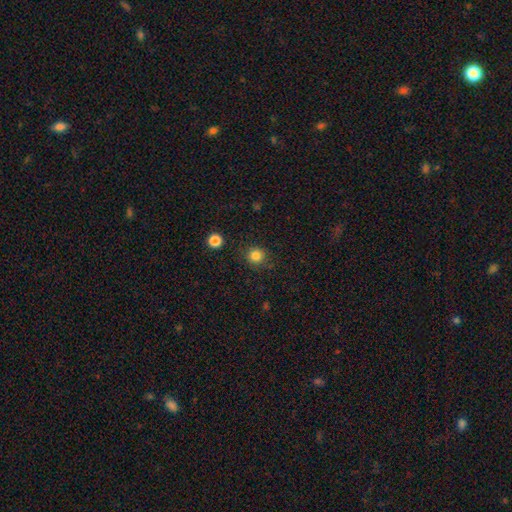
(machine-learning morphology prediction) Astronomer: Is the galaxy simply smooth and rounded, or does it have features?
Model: smooth — 83%.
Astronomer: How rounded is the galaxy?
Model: round — 93%.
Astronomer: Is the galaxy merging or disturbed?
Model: none — 87%.